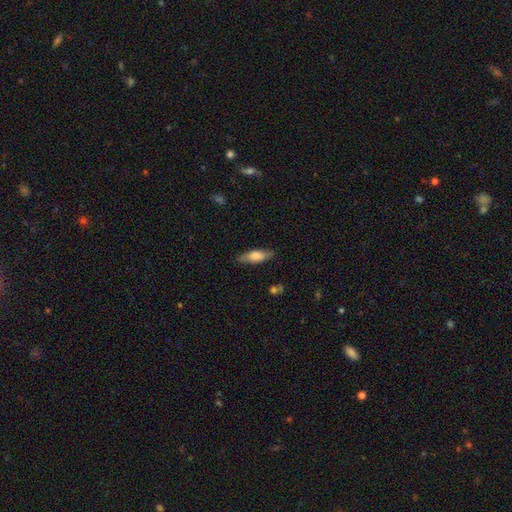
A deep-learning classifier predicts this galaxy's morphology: type=smooth (68%); roundness=in between (54%); merging=none (83%).